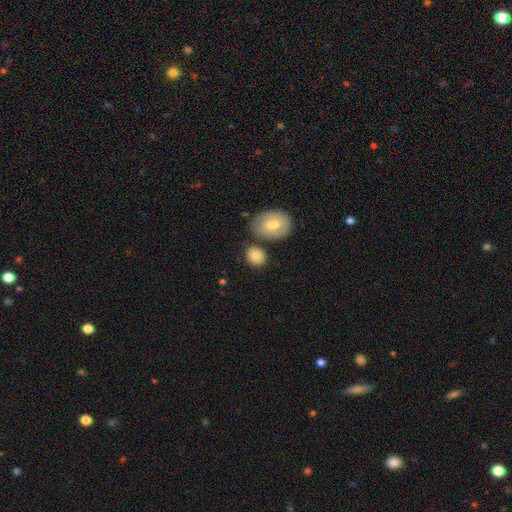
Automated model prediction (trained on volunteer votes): smooth-or-featured: smooth: 82% | featured or disk: 11% | star or artifact: 7%
  how-rounded: round: 52% | in between: 47% | cigar-shaped: 1%
  merging: none: 67% | merger: 15% | minor disturbance: 14% | major disturbance: 4%